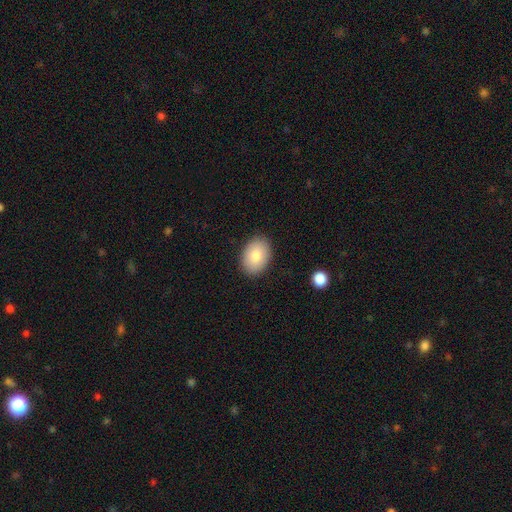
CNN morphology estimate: This is clearly a smooth galaxy (84%). How rounded: clearly in between (82%). Merging: clearly none (88%).